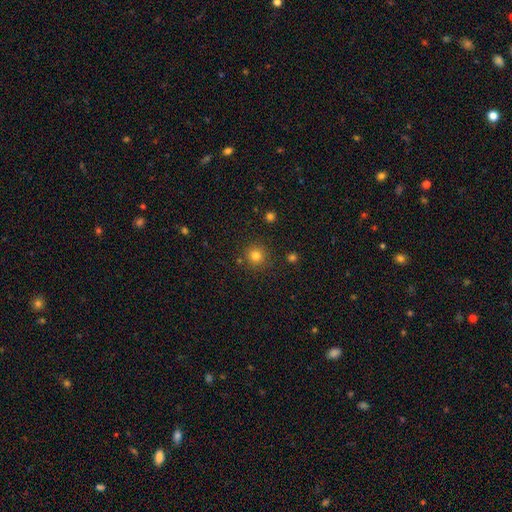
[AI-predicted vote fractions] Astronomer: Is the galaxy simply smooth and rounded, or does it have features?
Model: smooth — 80%.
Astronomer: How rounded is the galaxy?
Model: round — 93%.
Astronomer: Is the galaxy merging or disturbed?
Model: none — 86%.